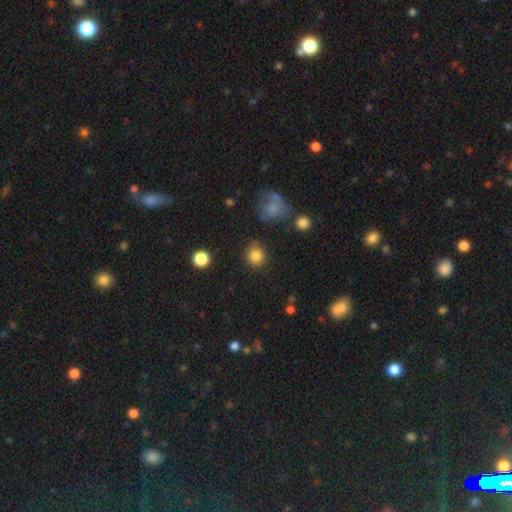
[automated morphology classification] Smooth or featured? smooth (84%)
How rounded? round (80%)
Merging? none (80%)